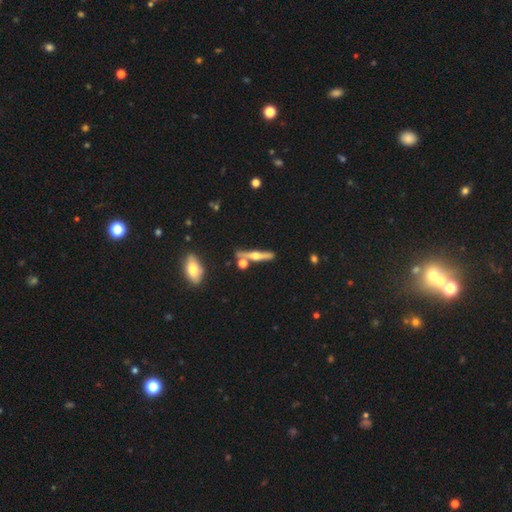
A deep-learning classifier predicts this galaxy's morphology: featured or disk 73%, smooth 20%, star or artifact 7%. Down the decision tree: edge-on disk — yes (95%); edge-on bulge — rounded (94%); merging — none (74%).